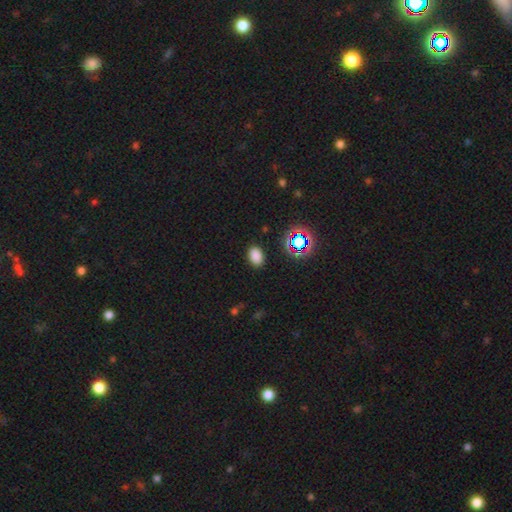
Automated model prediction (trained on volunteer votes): smooth-or-featured: smooth: 78% | star or artifact: 17% | featured or disk: 4%
  how-rounded: in between: 83% | round: 16% | cigar-shaped: 1%
  merging: none: 87% | minor disturbance: 9% | major disturbance: 3% | merger: 1%